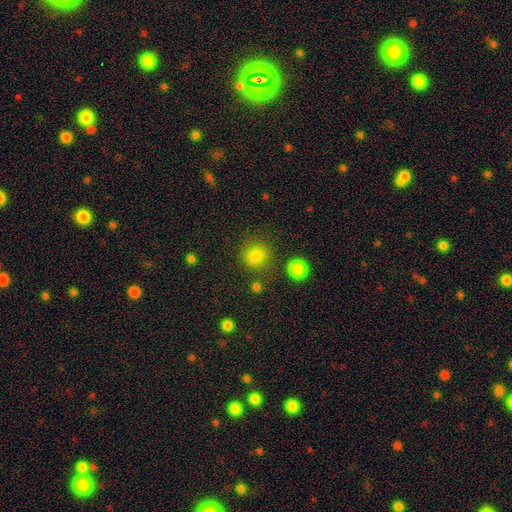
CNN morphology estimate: type=smooth (83%); roundness=round (90%); merging=none (82%).